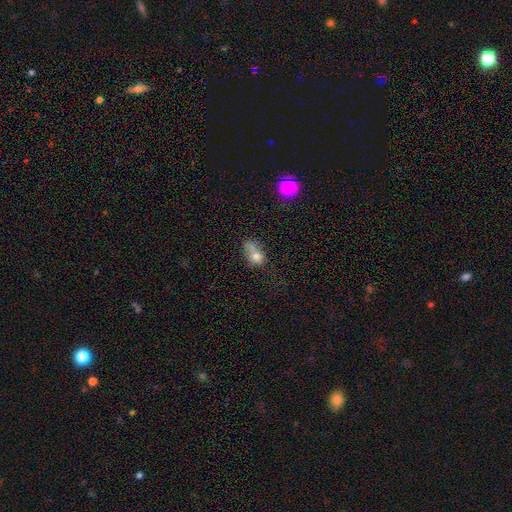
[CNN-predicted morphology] The model was most divided on "merging": merger: 41%, none: 24%, minor disturbance: 18%, major disturbance: 17%. More confident: smooth or featured — smooth (72%); how rounded — in between (59%).